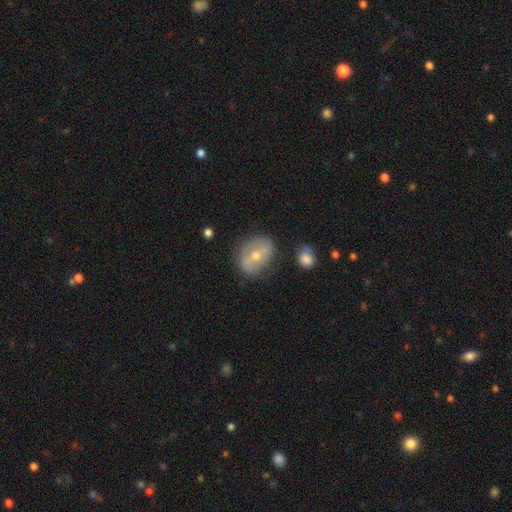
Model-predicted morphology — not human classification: smooth_or_featured: featured or disk (p=0.50) [alt: smooth p=0.42]
disk_edge_on: no (p=0.94) [alt: yes p=0.06]
merging: none (p=0.72) [alt: minor disturbance p=0.19]